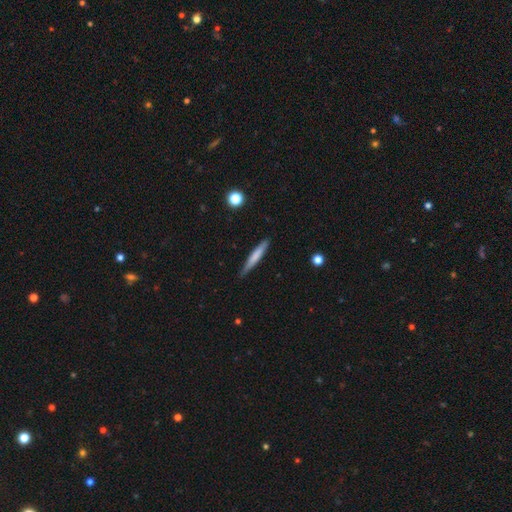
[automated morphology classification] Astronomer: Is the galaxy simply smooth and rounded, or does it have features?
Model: smooth — 66%.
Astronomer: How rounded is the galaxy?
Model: cigar-shaped — 94%.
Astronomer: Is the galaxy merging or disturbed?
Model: none — 83%.